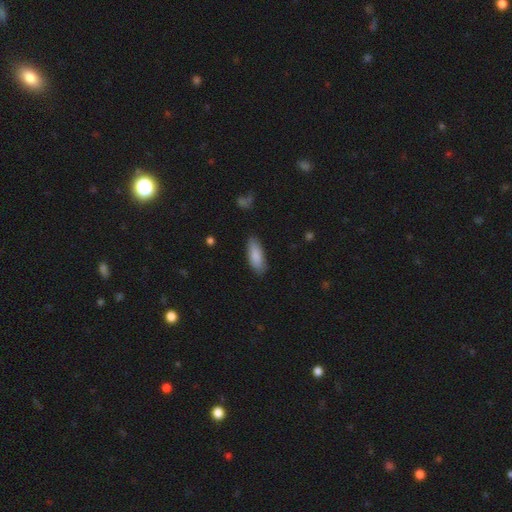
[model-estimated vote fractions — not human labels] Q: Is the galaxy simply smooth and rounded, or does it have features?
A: smooth — 87%.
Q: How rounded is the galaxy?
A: in between — 70%.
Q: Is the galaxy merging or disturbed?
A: none — 85%.